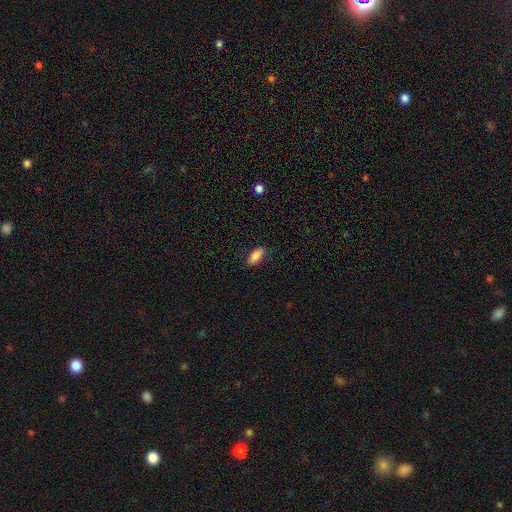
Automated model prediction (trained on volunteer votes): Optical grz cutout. It shows a smooth galaxy with no disk features (86%) that is in between round and cigar-shaped (87%). Merging: none (84%).